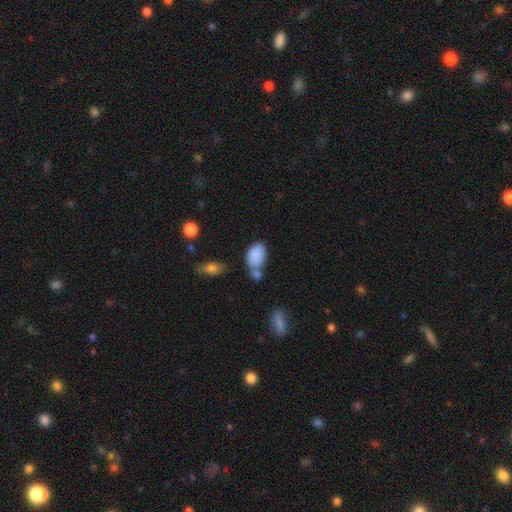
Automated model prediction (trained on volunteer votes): A smooth galaxy with no disk features (85%) that is in between round and cigar-shaped (92%).

Vote fractions:
- Smooth or featured? smooth: 85% / star or artifact: 7% / featured or disk: 7%
- How rounded? in between: 92% / round: 7% / cigar-shaped: 1%
- Merging? none: 44% / merger: 32% / minor disturbance: 18% / major disturbance: 6%